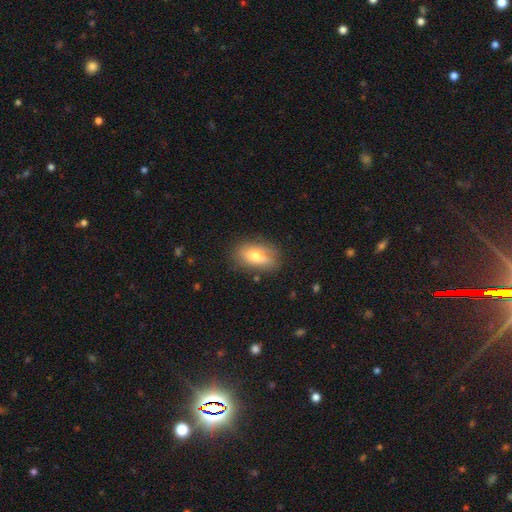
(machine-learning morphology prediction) Q: Smooth or featured?
A: smooth (68%); runner-up: featured or disk (24%)
Q: How rounded?
A: in between (83%); runner-up: round (9%)
Q: Merging?
A: none (77%); runner-up: minor disturbance (17%)